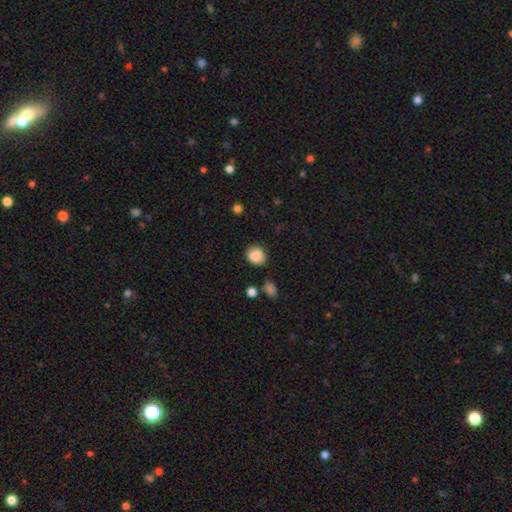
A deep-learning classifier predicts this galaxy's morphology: A smooth galaxy with no disk features (86%) that is round (72%). Merging: none (79%).